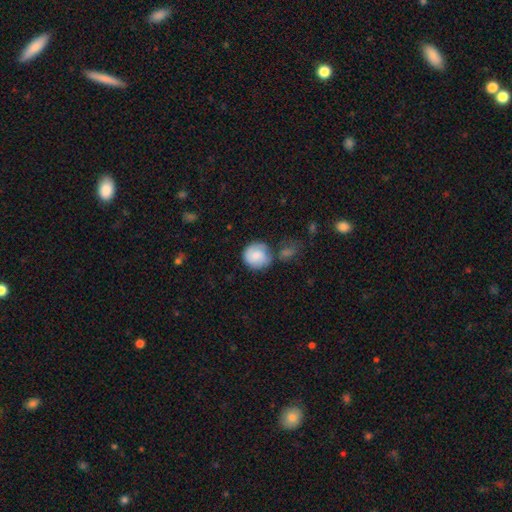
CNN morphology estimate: A smooth galaxy with no disk features (69%) that is round (88%). Merging: none (52%).